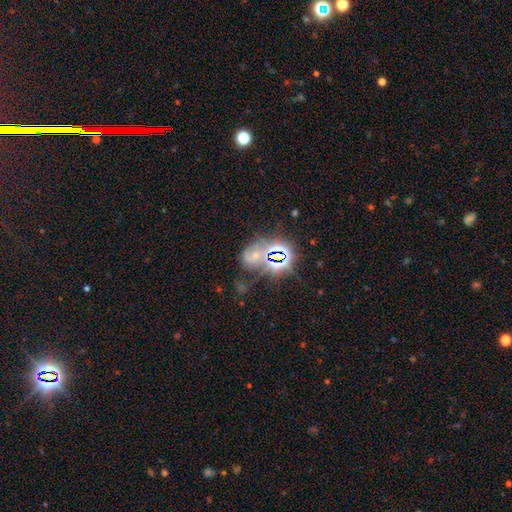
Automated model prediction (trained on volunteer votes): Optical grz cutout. It shows a star or artifact, not a galaxy (50%).